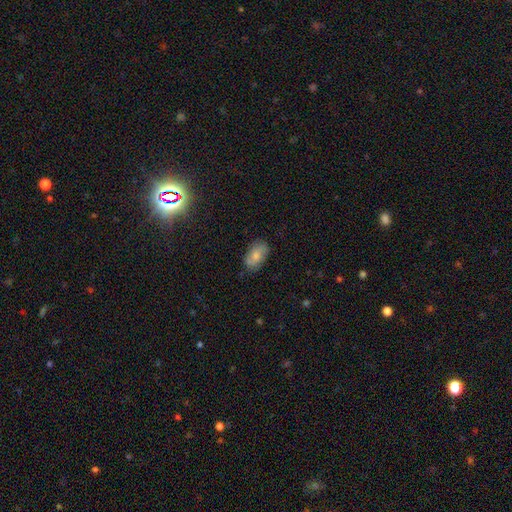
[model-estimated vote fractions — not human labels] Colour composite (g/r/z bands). It shows a smooth galaxy with no disk features (67%) that is in between round and cigar-shaped (91%). Merging: none (76%).